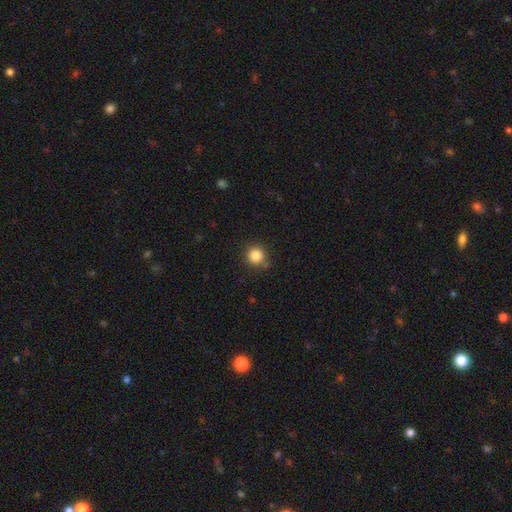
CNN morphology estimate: smooth_or_featured: smooth (p=0.84) [alt: star or artifact p=0.11]
how_rounded: round (p=0.93) [alt: in between p=0.06]
merging: none (p=0.80) [alt: minor disturbance p=0.13]